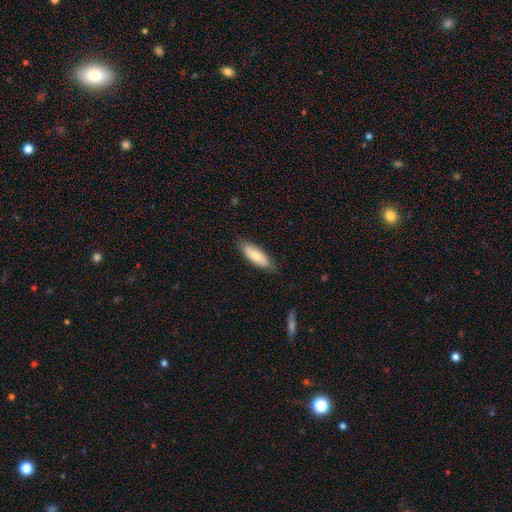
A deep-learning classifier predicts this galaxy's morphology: A smooth galaxy with no disk features (78%) that is in between round and cigar-shaped (65%). Merging: none (82%).